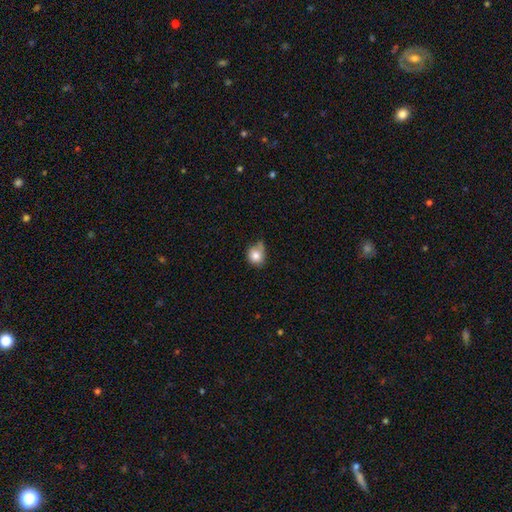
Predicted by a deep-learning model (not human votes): smooth-or-featured: smooth: 80% | featured or disk: 10% | star or artifact: 10%
  how-rounded: round: 68% | in between: 31% | cigar-shaped: 1%
  merging: minor disturbance: 42% | none: 41% | major disturbance: 12% | merger: 5%